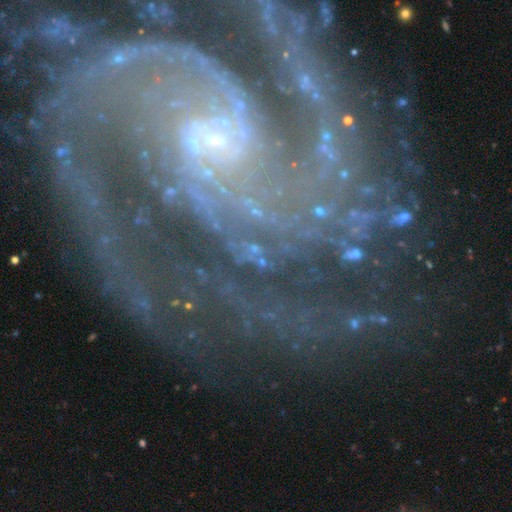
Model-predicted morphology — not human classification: smooth_or_featured: star or artifact (p=0.53) [alt: featured or disk p=0.34]